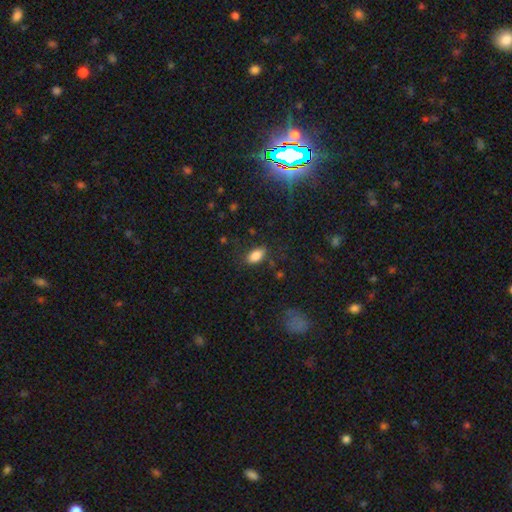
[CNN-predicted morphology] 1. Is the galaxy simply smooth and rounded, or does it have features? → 84% smooth, 9% star or artifact, 7% featured or disk.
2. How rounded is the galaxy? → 91% in between, 5% round, 4% cigar-shaped.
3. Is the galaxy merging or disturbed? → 81% none, 13% minor disturbance, 4% major disturbance, 2% merger.